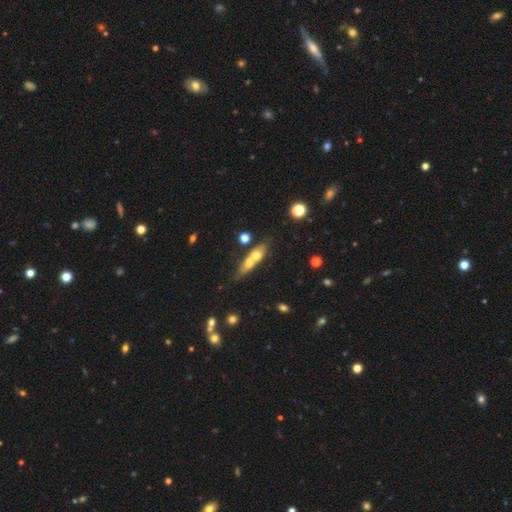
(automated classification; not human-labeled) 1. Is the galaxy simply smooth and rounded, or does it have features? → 54% smooth, 36% featured or disk, 10% star or artifact.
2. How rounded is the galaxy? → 46% in between, 42% cigar-shaped, 12% round.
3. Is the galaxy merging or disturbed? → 55% merger, 30% none, 9% minor disturbance, 5% major disturbance.